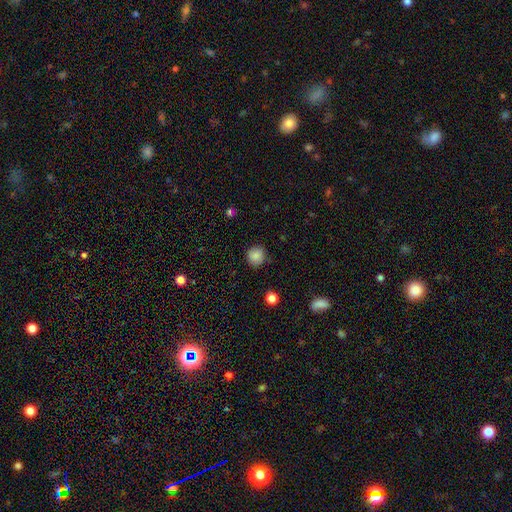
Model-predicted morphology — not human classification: smooth 85%, star or artifact 10%, featured or disk 6%. Down the decision tree: how rounded — round (89%); merging — none (85%).